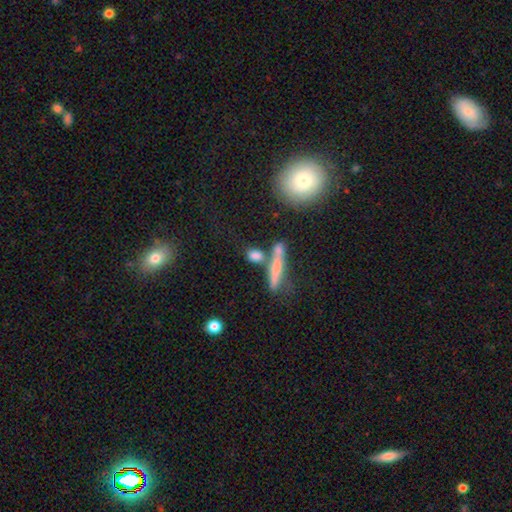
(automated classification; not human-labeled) Smooth or featured? smooth (74%)
How rounded? in between (44%)
Merging? none (54%)